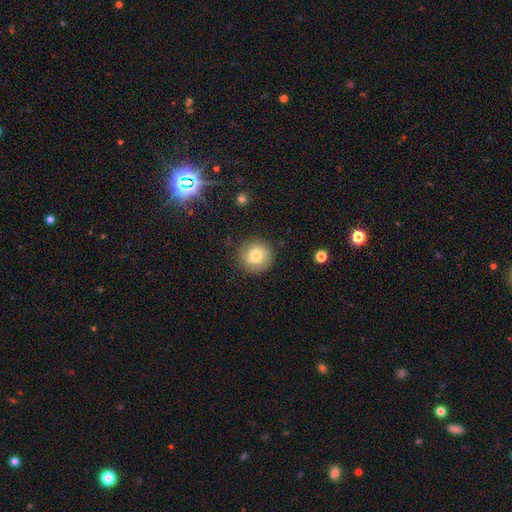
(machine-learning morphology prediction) The model was most divided on "smooth or featured": smooth: 71%, featured or disk: 21%, star or artifact: 9%. More confident: how rounded — round (92%); merging — none (84%).